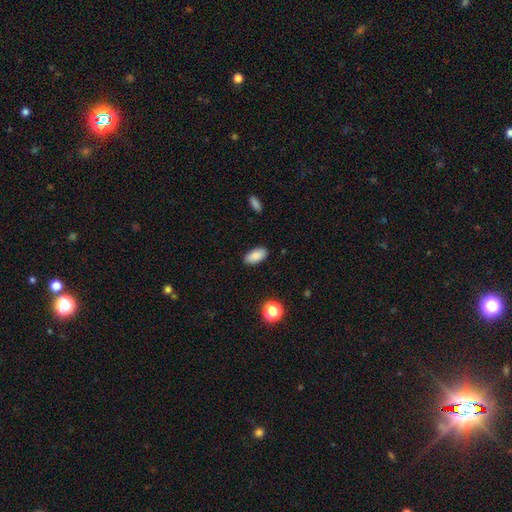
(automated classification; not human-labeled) This appears to be a smooth galaxy with no disk features (87%) that is in between round and cigar-shaped (92%). Merging: none (88%).